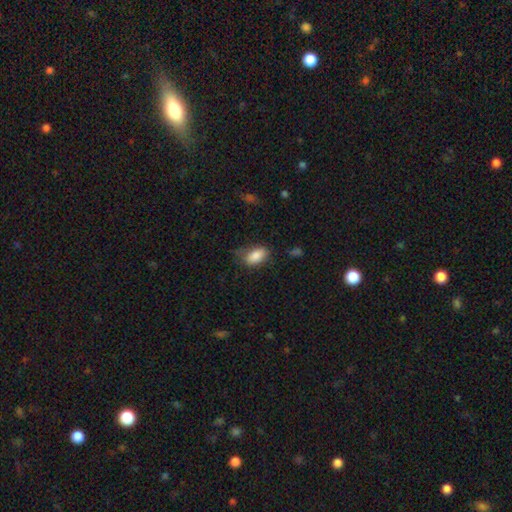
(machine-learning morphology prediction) Q: Smooth or featured?
A: smooth (86%); runner-up: star or artifact (7%)
Q: How rounded?
A: in between (92%); runner-up: round (5%)
Q: Merging?
A: none (66%); runner-up: minor disturbance (25%)